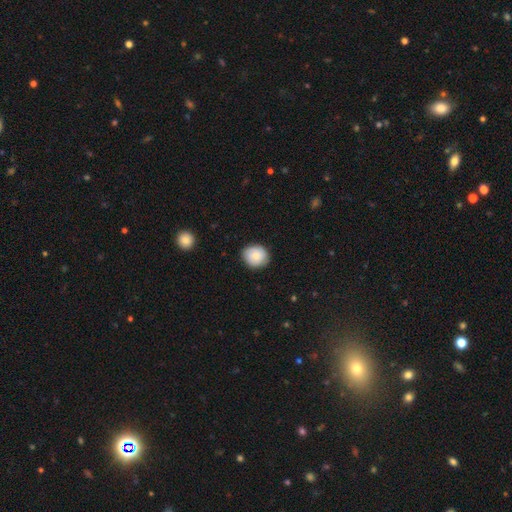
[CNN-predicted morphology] This appears to be a smooth galaxy with no disk features (79%) that is round (78%). Merging: none (84%).